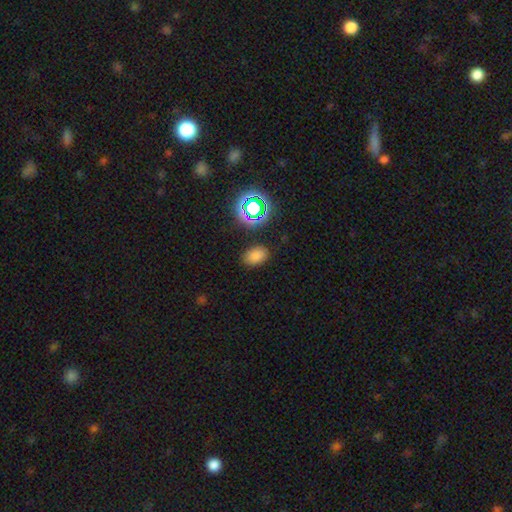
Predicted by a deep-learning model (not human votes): smooth 75%, star or artifact 19%, featured or disk 6%. Down the decision tree: how rounded — in between (81%); merging — none (84%).